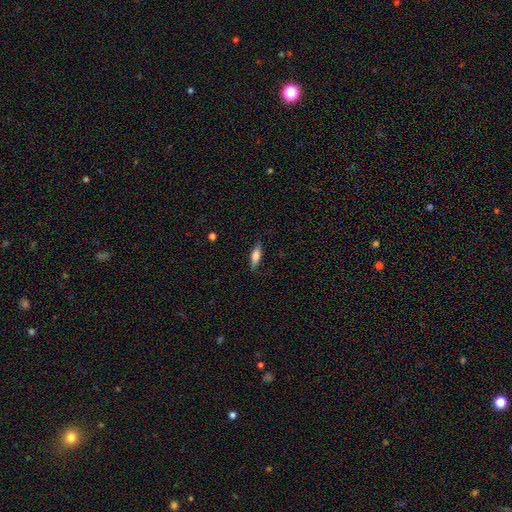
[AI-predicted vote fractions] The model was most divided on "how rounded": in between: 52%, cigar-shaped: 46%, round: 2%. More confident: merging — none (84%); smooth or featured — smooth (74%).